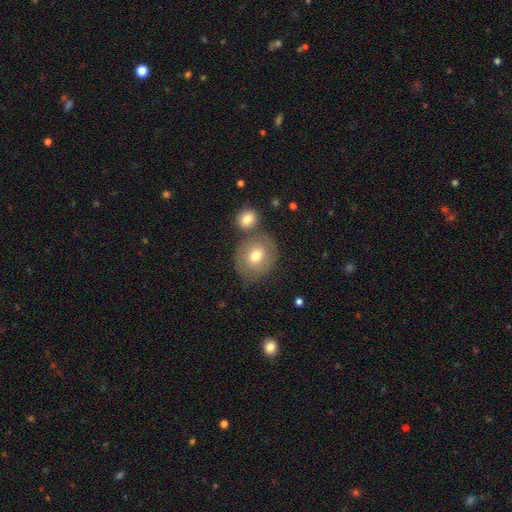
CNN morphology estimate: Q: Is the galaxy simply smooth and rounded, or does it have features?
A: smooth — 66%.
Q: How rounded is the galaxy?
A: round — 78%.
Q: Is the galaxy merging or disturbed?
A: none — 63%.